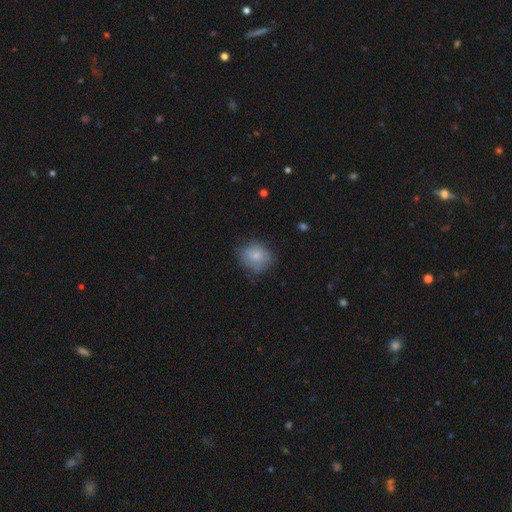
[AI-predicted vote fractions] A smooth galaxy with no disk features (76%) that is round (73%).

Vote fractions:
- Smooth or featured? smooth: 76% / featured or disk: 16% / star or artifact: 8%
- How rounded? round: 73% / in between: 26% / cigar-shaped: 1%
- Merging? none: 65% / minor disturbance: 25% / major disturbance: 8% / merger: 1%